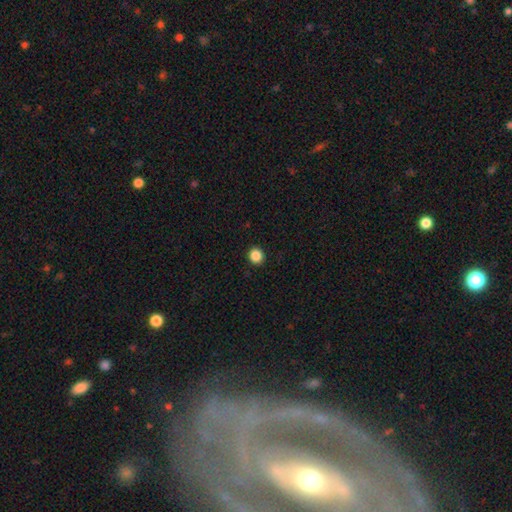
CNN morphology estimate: Smooth or featured? Predicted: smooth (p=0.87). How rounded? Predicted: round (p=0.89). Merging? Predicted: none (p=0.93).